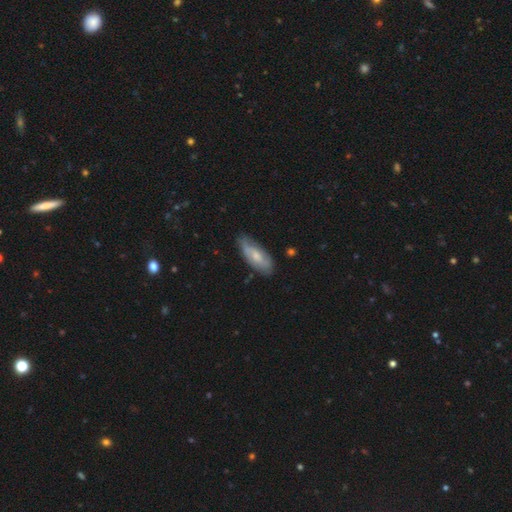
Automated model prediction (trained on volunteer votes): smooth-or-featured: smooth: 51% | featured or disk: 43% | star or artifact: 6%
  how-rounded: in between: 77% | cigar-shaped: 21% | round: 2%
  merging: none: 66% | minor disturbance: 26% | major disturbance: 6% | merger: 2%